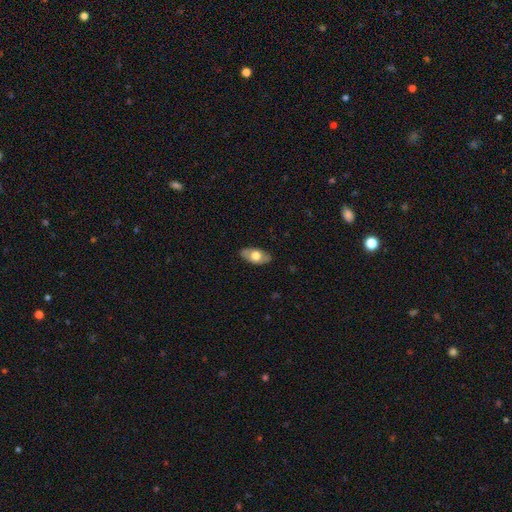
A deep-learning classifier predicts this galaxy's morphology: smooth 58%, featured or disk 36%, star or artifact 6%. Down the decision tree: how rounded — in between (91%); merging — none (84%).